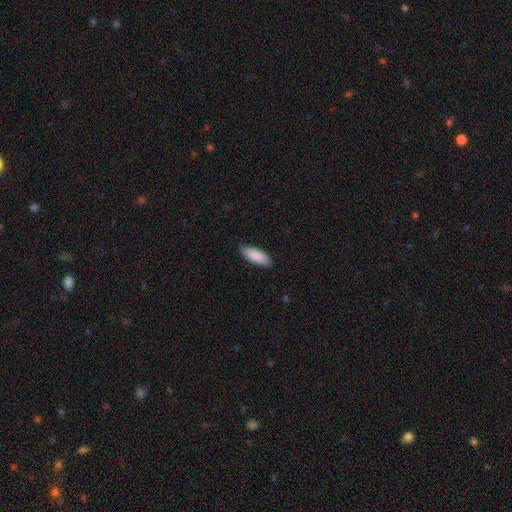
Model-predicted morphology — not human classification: A smooth galaxy with no disk features (90%) that is in between round and cigar-shaped (75%).

Vote fractions:
- Smooth or featured? smooth: 90% / star or artifact: 5% / featured or disk: 5%
- How rounded? in between: 75% / cigar-shaped: 24% / round: 1%
- Merging? none: 87% / minor disturbance: 11% / major disturbance: 2% / merger: 1%